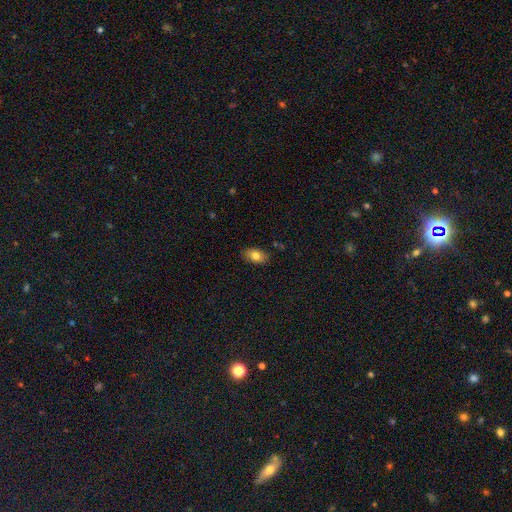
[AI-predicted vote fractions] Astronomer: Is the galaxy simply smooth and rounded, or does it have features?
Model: smooth — 80%.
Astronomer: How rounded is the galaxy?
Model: in between — 88%.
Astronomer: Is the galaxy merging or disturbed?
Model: none — 85%.